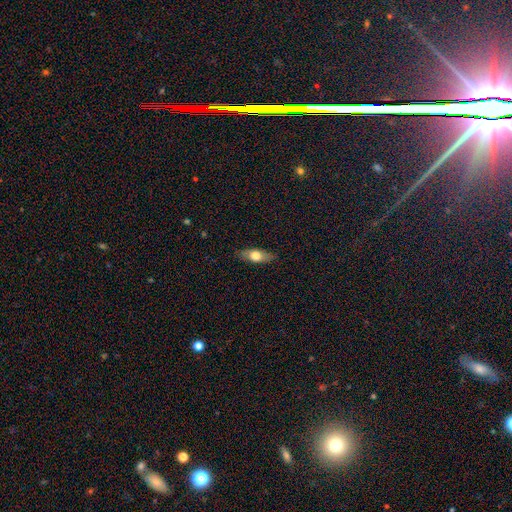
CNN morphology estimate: Smooth or featured? Predicted: smooth (p=0.64). How rounded? Predicted: in between (p=0.68). Merging? Predicted: none (p=0.84).